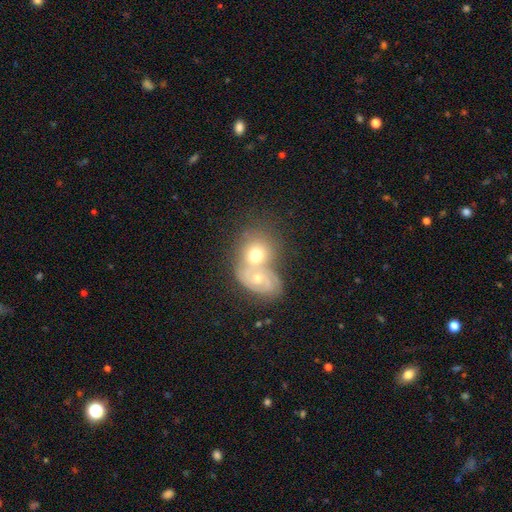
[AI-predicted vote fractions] smooth-or-featured: featured or disk: 50% | smooth: 40% | star or artifact: 10%
  merging: merger: 63% | none: 24% | minor disturbance: 8% | major disturbance: 4%